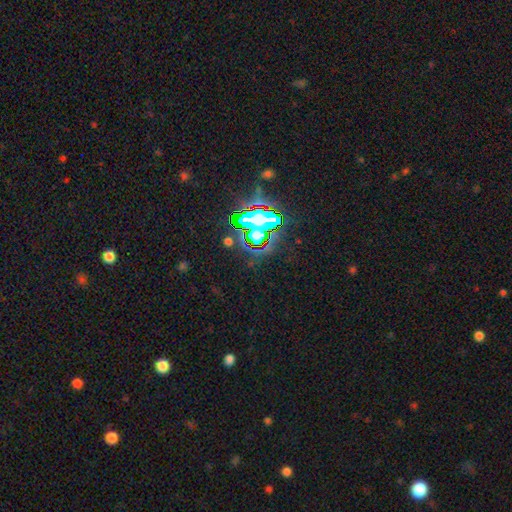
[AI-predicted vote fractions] smooth-or-featured: star or artifact: 80% | smooth: 11% | featured or disk: 9%